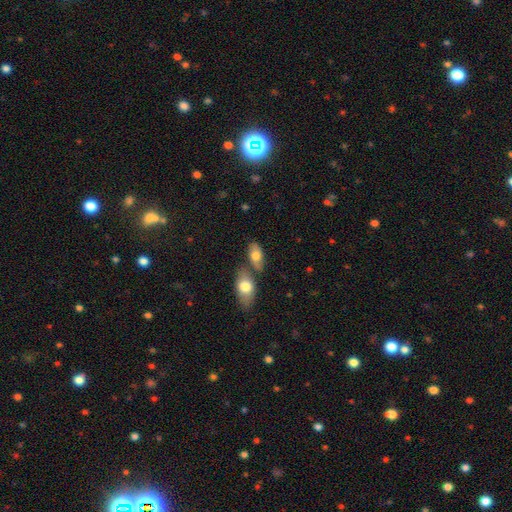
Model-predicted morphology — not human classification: Overall: smooth (70%). How rounded: in between (88%). Merging: none (49%; merger 34%).